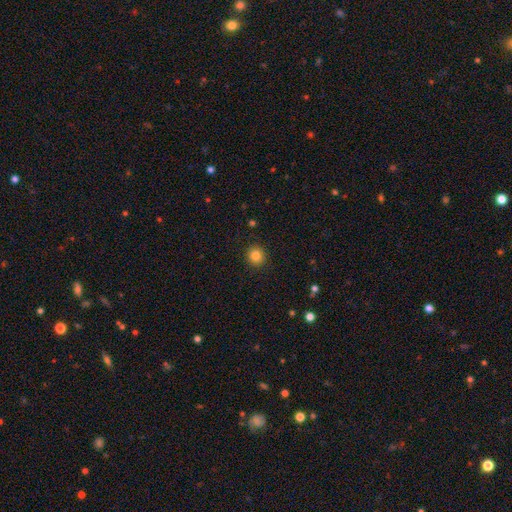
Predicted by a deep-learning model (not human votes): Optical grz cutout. It shows a smooth galaxy with no disk features (84%) that is round (89%). Merging: none (91%).